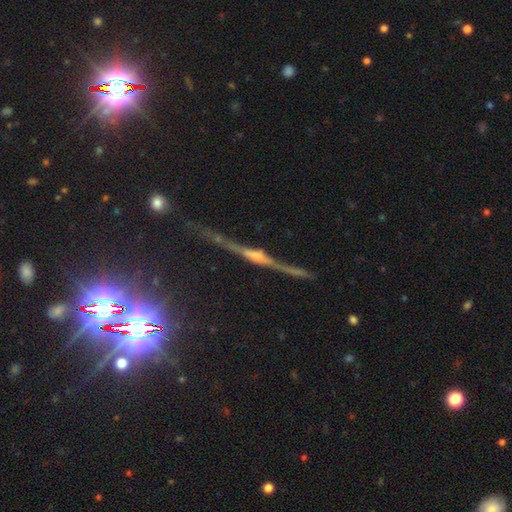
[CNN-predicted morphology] type=featured or disk (73%); edge-on=yes (95%); edge-on bulge=rounded (75%); merging=none (83%).